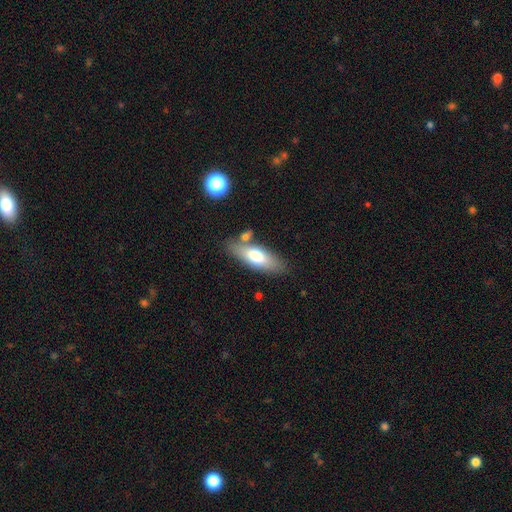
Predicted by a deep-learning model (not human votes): Smooth or featured? smooth (70%)
How rounded? in between (61%)
Merging? none (72%)